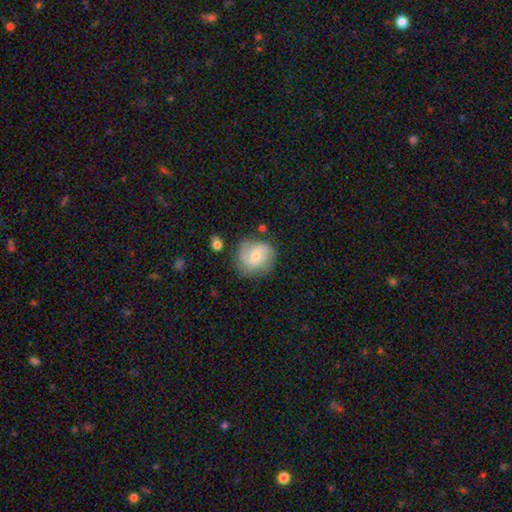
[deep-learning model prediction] Smooth or featured: featured or disk — 67% (smooth — 26%)
Edge-on disk: no — 98% (yes — 2%)
Bar: no — 54% (weak — 40%)
Spiral arms: yes — 93% (no — 7%)
Spiral winding: medium — 46% (tight — 30%)
Spiral arm count: 2 — 66% (can't tell — 13%)
Bulge size: small — 47% (moderate — 46%)
Merging: none — 71% (minor disturbance — 19%)